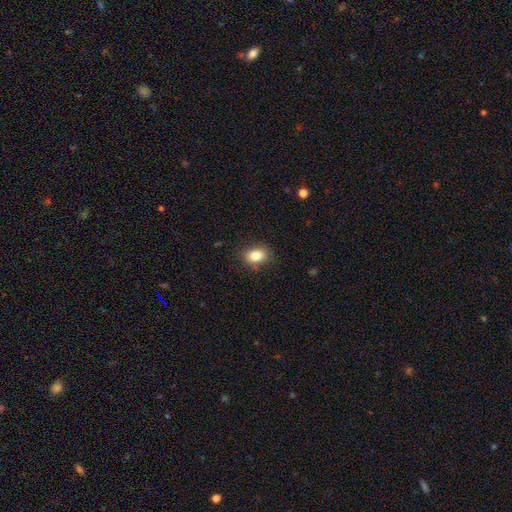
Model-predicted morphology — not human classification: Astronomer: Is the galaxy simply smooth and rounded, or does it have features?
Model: smooth — 84%.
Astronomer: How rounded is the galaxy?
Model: in between — 77%.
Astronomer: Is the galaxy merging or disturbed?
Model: none — 83%.